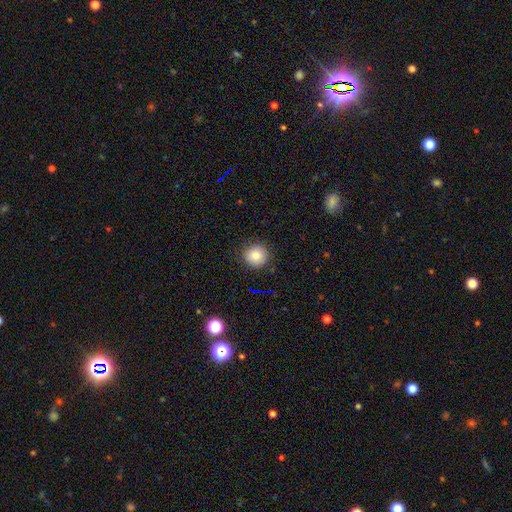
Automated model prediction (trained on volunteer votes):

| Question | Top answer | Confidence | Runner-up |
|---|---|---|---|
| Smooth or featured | smooth | 81% | star or artifact (11%) |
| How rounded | round | 93% | in between (6%) |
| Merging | none | 87% | minor disturbance (9%) |